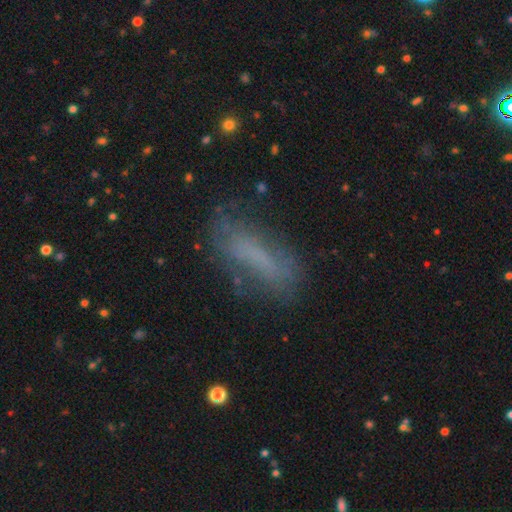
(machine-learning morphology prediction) Overall: smooth (54%; featured or disk 31%). How rounded: cigar-shaped (49%; in between 48%). Merging: none (61%; minor disturbance 23%).